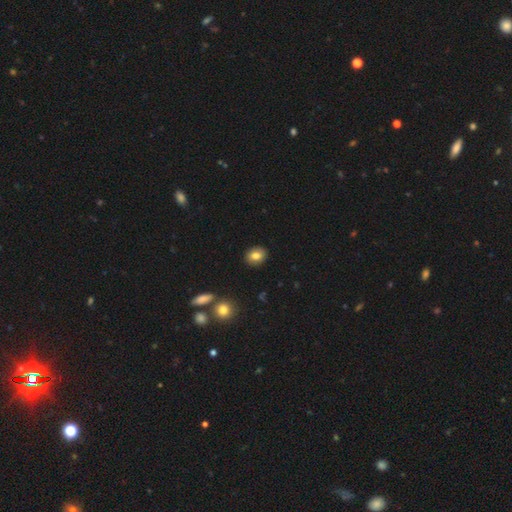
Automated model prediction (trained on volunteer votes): A smooth galaxy with no disk features (82%) that is round (50%).

Vote fractions:
- Smooth or featured? smooth: 82% / featured or disk: 9% / star or artifact: 9%
- How rounded? round: 50% / in between: 49% / cigar-shaped: 1%
- Merging? none: 90% / minor disturbance: 7% / major disturbance: 2% / merger: 1%